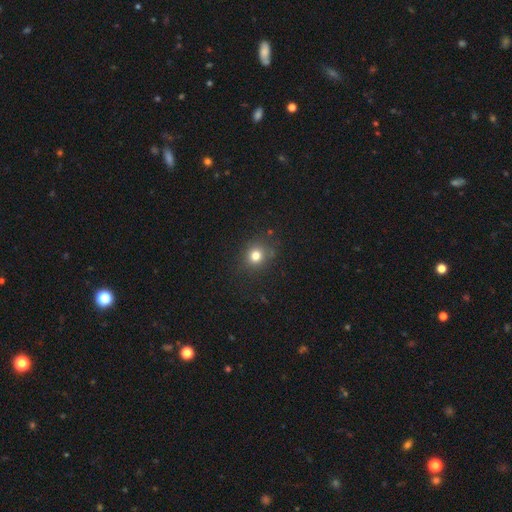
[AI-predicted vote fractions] smooth-or-featured: smooth: 78% | star or artifact: 15% | featured or disk: 7%
  how-rounded: round: 82% | in between: 17% | cigar-shaped: 1%
  merging: none: 83% | minor disturbance: 12% | major disturbance: 4% | merger: 2%